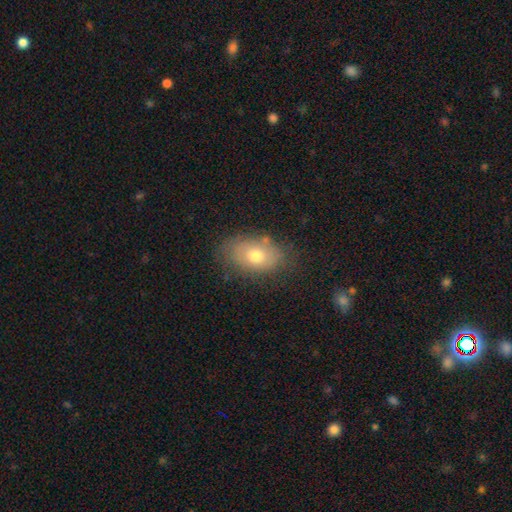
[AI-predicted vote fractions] smooth-or-featured: smooth: 69% | featured or disk: 22% | star or artifact: 9%
  how-rounded: in between: 86% | round: 12% | cigar-shaped: 1%
  merging: none: 74% | minor disturbance: 18% | major disturbance: 5% | merger: 3%